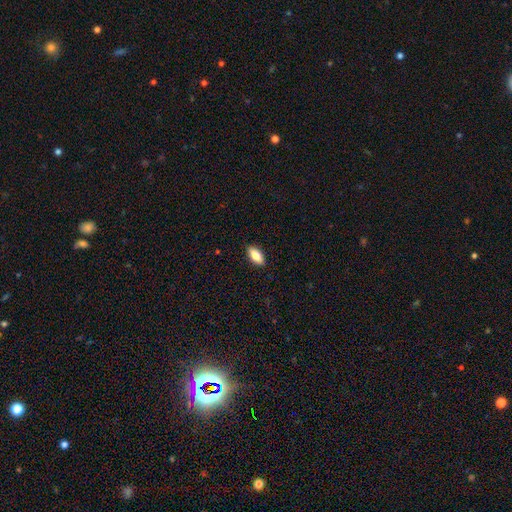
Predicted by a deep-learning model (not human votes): A smooth galaxy with no disk features (79%) that is in between round and cigar-shaped (88%). Merging: none (89%).